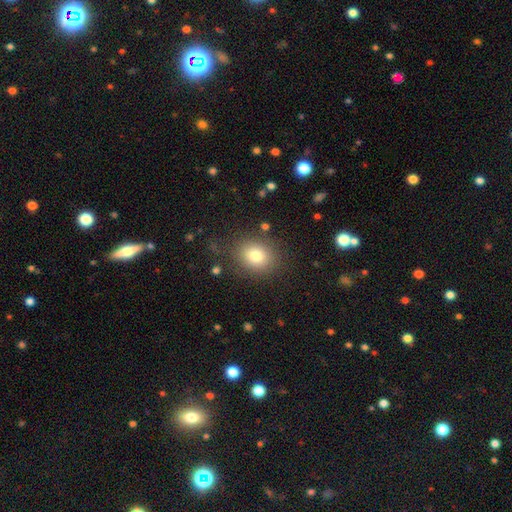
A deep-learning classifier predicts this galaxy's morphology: Overall: smooth (79%). How rounded: round (61%; in between 38%). Merging: none (82%).